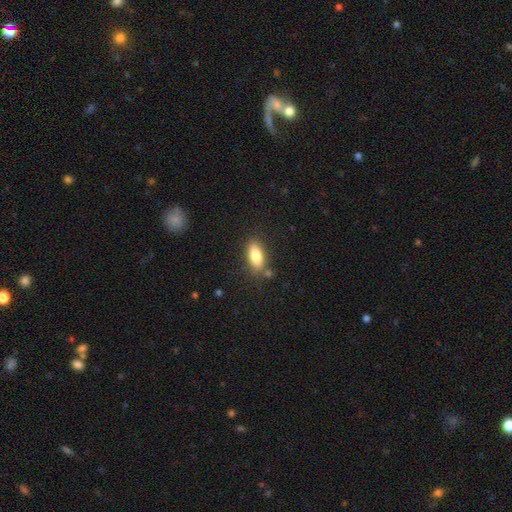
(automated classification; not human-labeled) This appears to be a smooth galaxy with no disk features (80%) that is in between round and cigar-shaped (79%). Merging: none (78%).